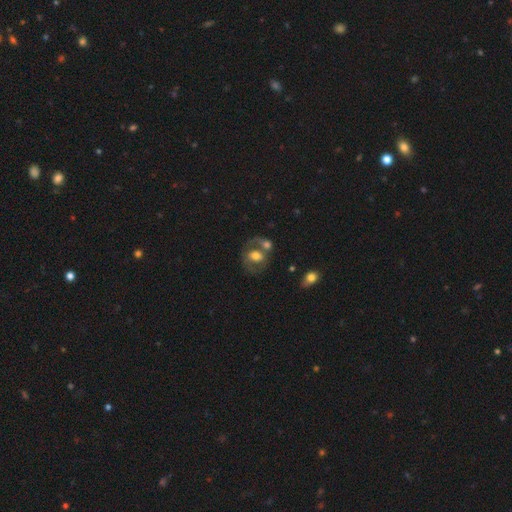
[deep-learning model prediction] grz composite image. It shows a smooth galaxy with no disk features (48%). Merging: merger (39%).